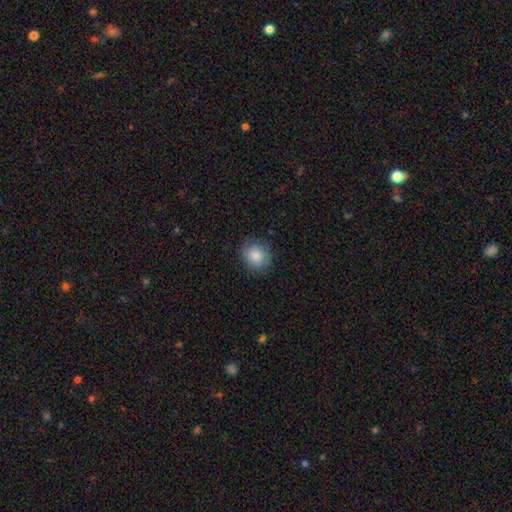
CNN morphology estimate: Smooth or featured? smooth (85%)
How rounded? round (78%)
Merging? none (85%)